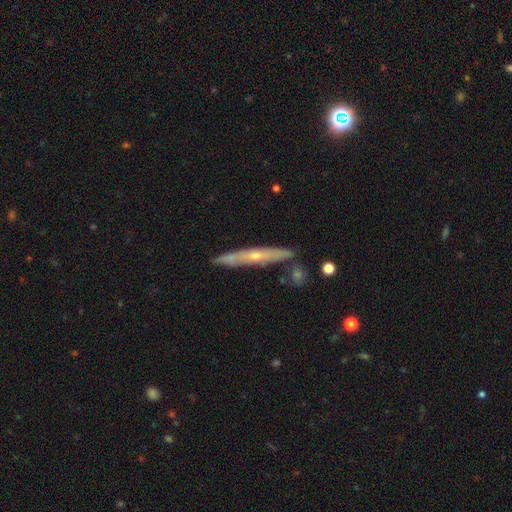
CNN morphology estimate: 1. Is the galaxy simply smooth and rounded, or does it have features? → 65% featured or disk, 29% smooth, 6% star or artifact.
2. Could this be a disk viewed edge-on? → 87% yes, 13% no.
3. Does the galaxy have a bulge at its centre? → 64% rounded, 33% none, 3% boxy.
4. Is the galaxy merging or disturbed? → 80% none, 13% minor disturbance, 4% merger, 2% major disturbance.